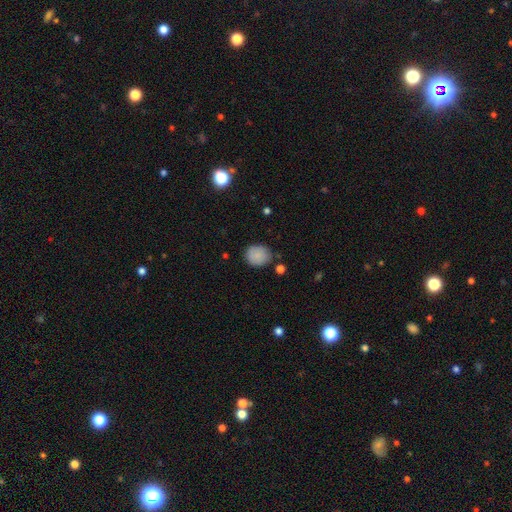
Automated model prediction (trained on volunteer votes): This is clearly a smooth galaxy (86%). How rounded: likely round (77%). Merging: clearly none (81%).